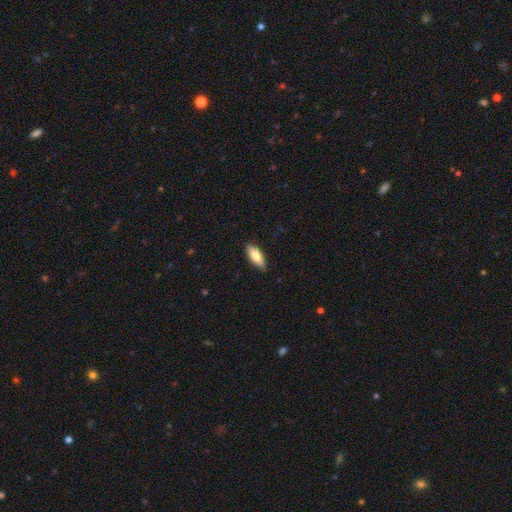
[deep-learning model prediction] This appears to be a smooth galaxy with no disk features (79%) that is in between round and cigar-shaped (71%). Merging: none (87%).